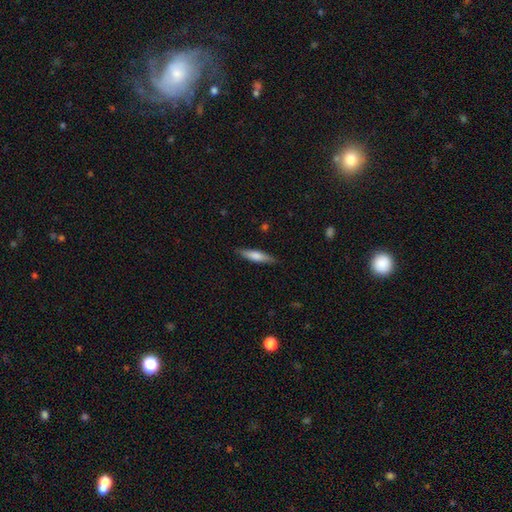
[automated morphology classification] smooth 69%, featured or disk 26%, star or artifact 6%. Down the decision tree: how rounded — cigar-shaped (77%); merging — none (86%).